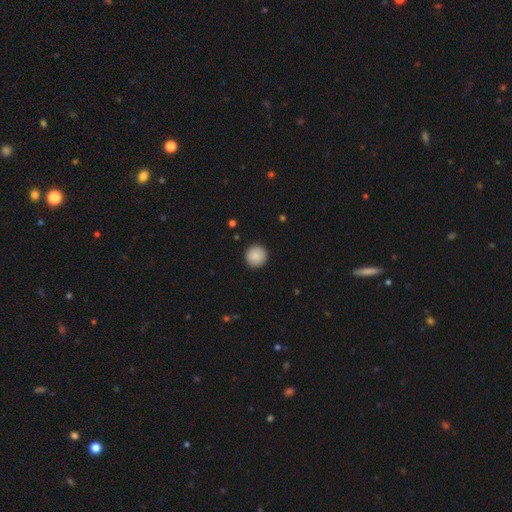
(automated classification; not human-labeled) A smooth galaxy with no disk features (89%) that is round (96%).

Vote fractions:
- Smooth or featured? smooth: 89% / star or artifact: 7% / featured or disk: 3%
- How rounded? round: 96% / in between: 3% / cigar-shaped: 1%
- Merging? none: 92% / minor disturbance: 5% / major disturbance: 2% / merger: 1%